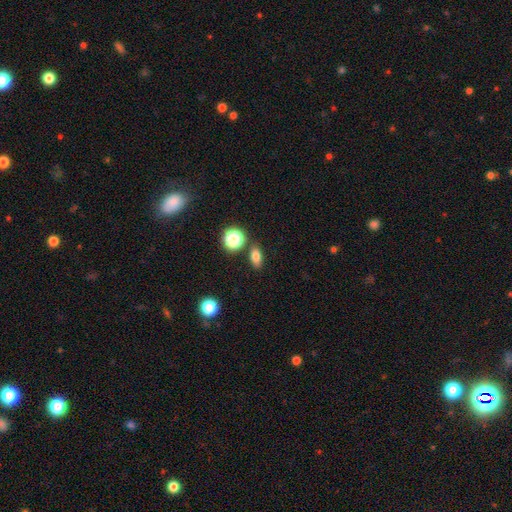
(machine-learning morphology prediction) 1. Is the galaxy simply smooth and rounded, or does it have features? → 78% smooth, 14% star or artifact, 8% featured or disk.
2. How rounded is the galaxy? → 77% in between, 18% round, 5% cigar-shaped.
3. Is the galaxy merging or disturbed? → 83% none, 9% minor disturbance, 5% merger, 2% major disturbance.